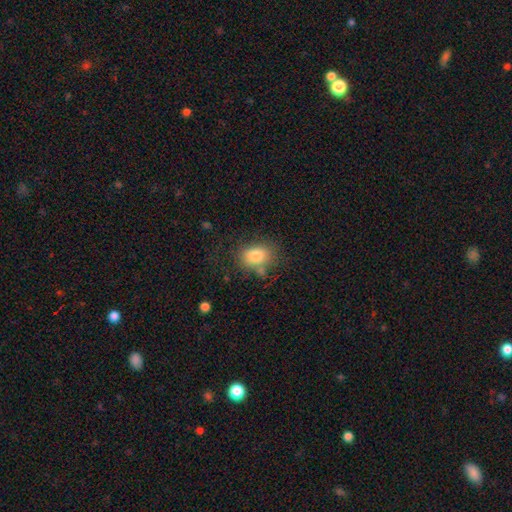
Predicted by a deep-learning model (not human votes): Morphology: type=smooth (81%); roundness=in between (69%); merging=none (66%).